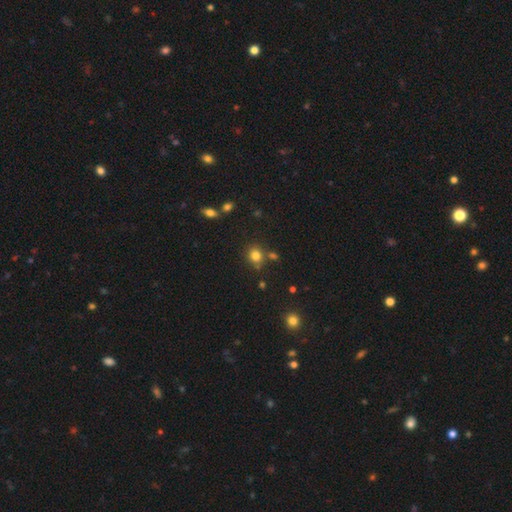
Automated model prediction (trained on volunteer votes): Morphology: type=smooth (79%); roundness=round (77%); merging=none (73%).